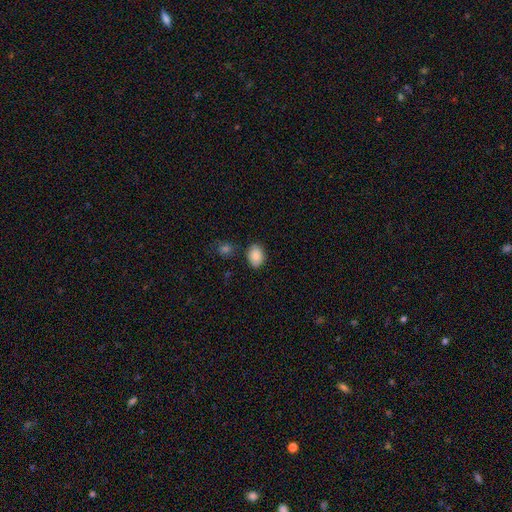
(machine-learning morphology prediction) The model was most divided on "how rounded": in between: 79%, round: 20%, cigar-shaped: 1%. More confident: smooth or featured — smooth (87%); merging — none (82%).